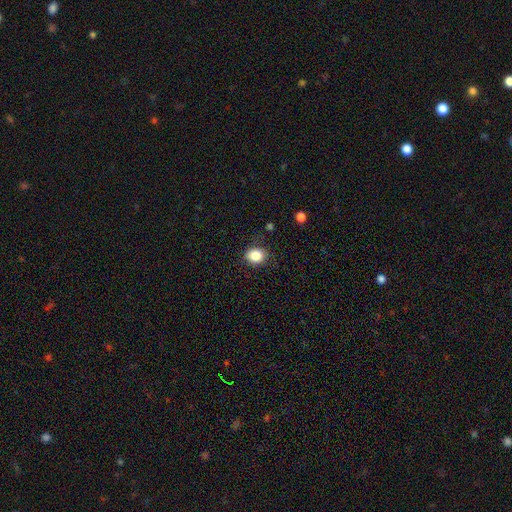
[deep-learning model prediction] This is clearly a smooth galaxy (84%). How rounded: possibly round (55%). Merging: likely none (79%).